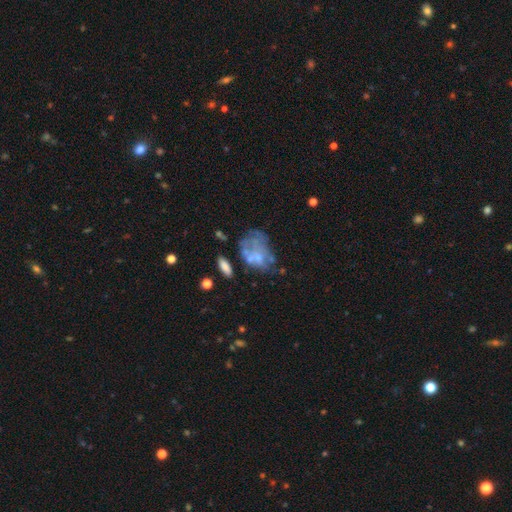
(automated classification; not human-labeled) This is possibly a featured or disk galaxy (48%). Merging: marginally major disturbance (30%).